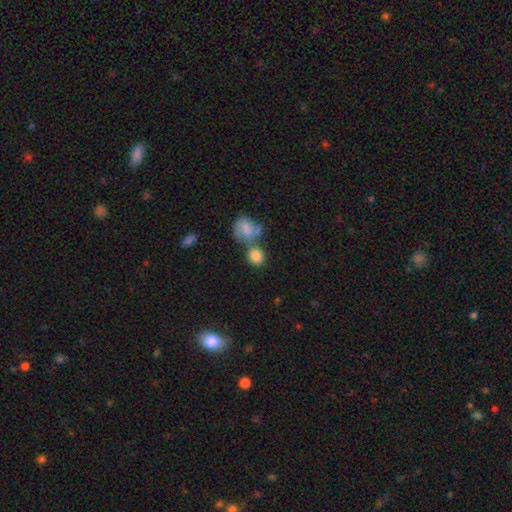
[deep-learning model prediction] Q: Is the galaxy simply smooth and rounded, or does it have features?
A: smooth — 82%.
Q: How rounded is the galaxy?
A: round — 63%.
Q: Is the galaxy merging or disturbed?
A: merger — 43%.